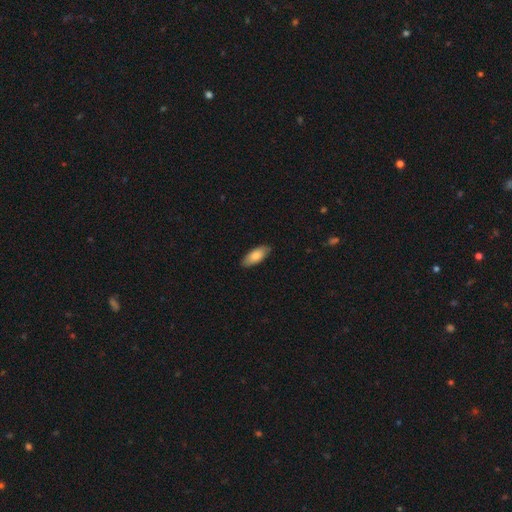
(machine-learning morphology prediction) A smooth galaxy with no disk features (82%) that is in between round and cigar-shaped (82%). Merging: none (86%).